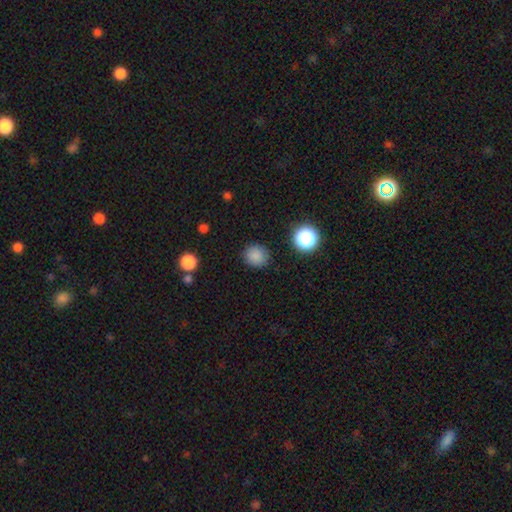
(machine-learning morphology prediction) Smooth or featured?
  - smooth: 84% *
  - star or artifact: 13%
  - featured or disk: 4%
How rounded?
  - round: 90% *
  - in between: 9%
  - cigar-shaped: 1%
Merging?
  - none: 89% *
  - minor disturbance: 7%
  - major disturbance: 3%
  - merger: 1%